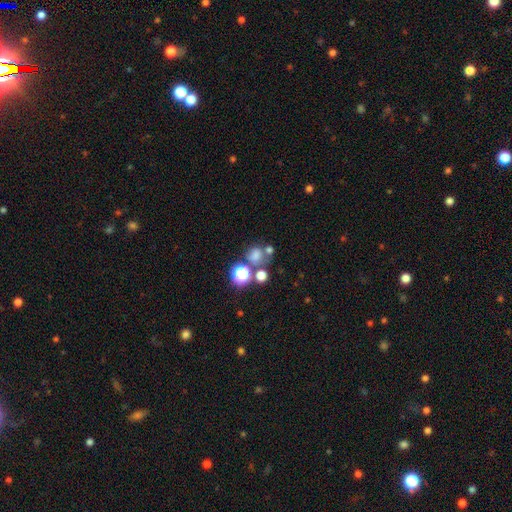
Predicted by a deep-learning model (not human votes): Smooth or featured: smooth — 66% (star or artifact — 23%)
How rounded: round — 78% (in between — 21%)
Merging: none — 50% (merger — 32%)